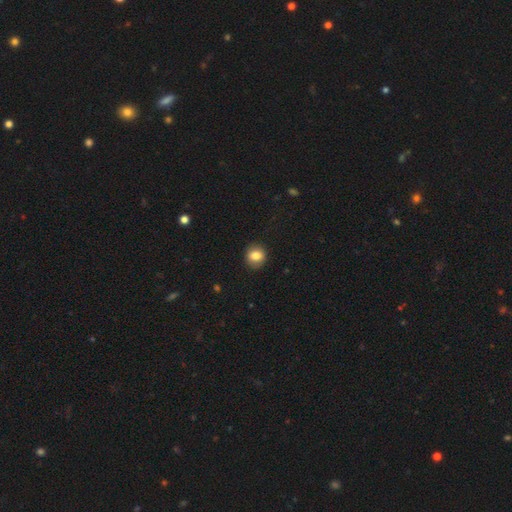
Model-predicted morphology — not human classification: type=smooth (80%); roundness=round (78%); merging=none (88%).